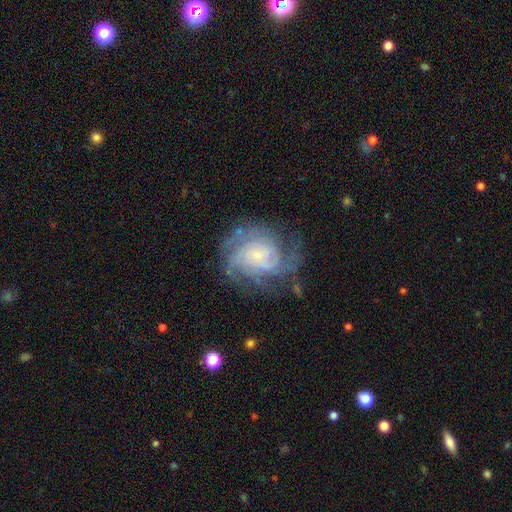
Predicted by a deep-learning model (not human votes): A featured or disk galaxy (82%) with no bar (71%), tight (55%) spiral arms (95%) and a small central bulge (63%). Merging: none (64%).